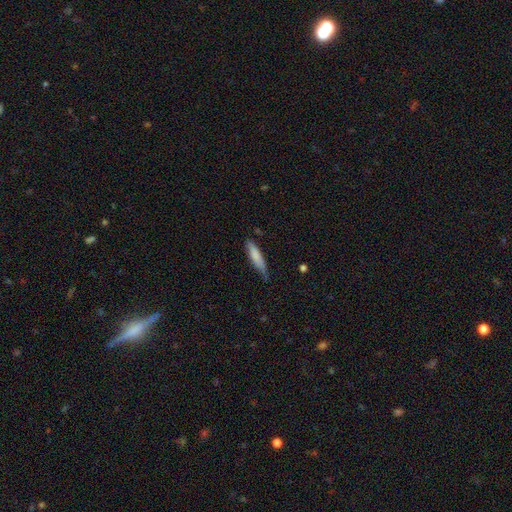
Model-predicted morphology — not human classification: smooth-or-featured: smooth: 79% | featured or disk: 15% | star or artifact: 6%
  how-rounded: cigar-shaped: 80% | in between: 18% | round: 1%
  merging: none: 64% | minor disturbance: 29% | major disturbance: 5% | merger: 2%